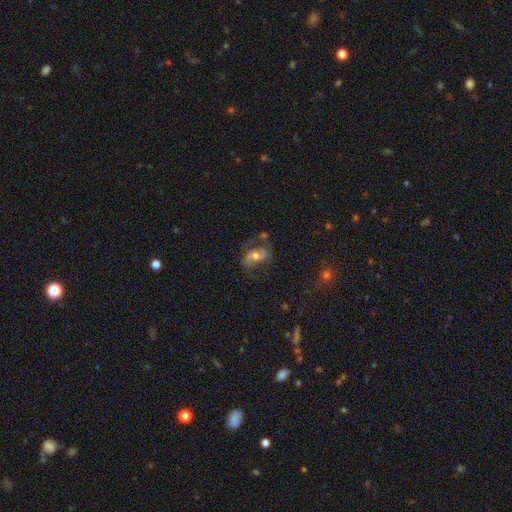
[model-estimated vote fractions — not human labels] Q: Smooth or featured?
A: featured or disk (58%); runner-up: smooth (32%)
Q: Edge-on disk?
A: no (95%); runner-up: yes (5%)
Q: Bar?
A: no (62%); runner-up: weak (28%)
Q: Spiral arms?
A: yes (70%); runner-up: no (30%)
Q: Bulge size?
A: moderate (69%); runner-up: small (14%)
Q: Merging?
A: none (48%); runner-up: minor disturbance (24%)